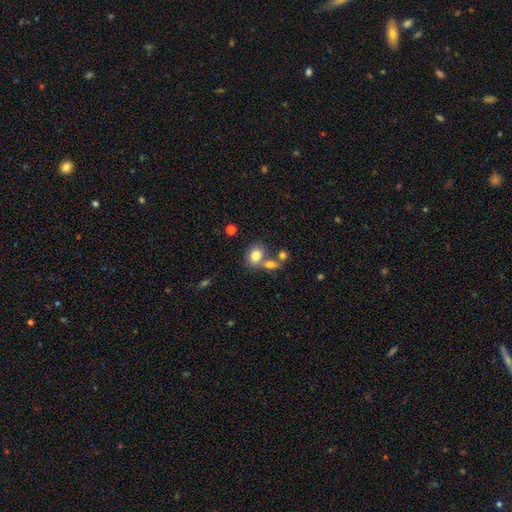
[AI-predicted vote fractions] Q: Smooth or featured?
A: smooth (79%); runner-up: featured or disk (11%)
Q: How rounded?
A: in between (54%); runner-up: round (45%)
Q: Merging?
A: none (52%); runner-up: merger (32%)